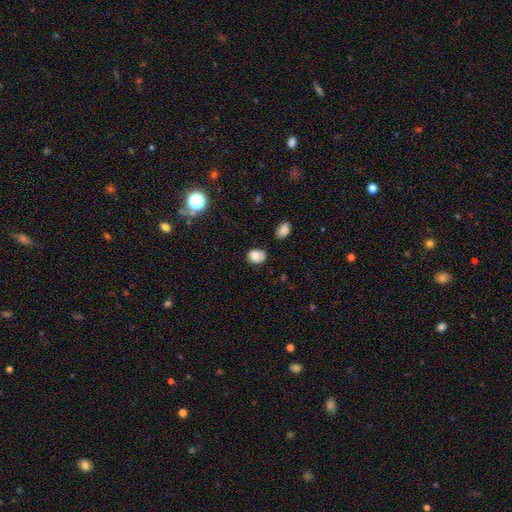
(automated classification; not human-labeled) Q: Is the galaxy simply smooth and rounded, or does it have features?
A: smooth — 78%.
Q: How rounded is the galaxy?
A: in between — 58%.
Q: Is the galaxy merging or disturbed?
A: none — 57%.